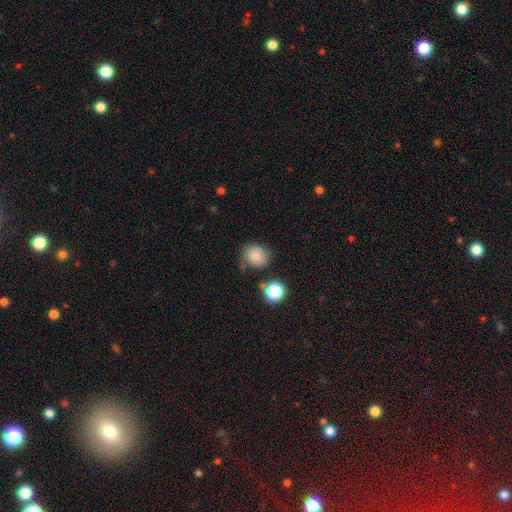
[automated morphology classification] Smooth or featured: smooth — 78% (star or artifact — 11%)
How rounded: round — 73% (in between — 26%)
Merging: none — 60% (minor disturbance — 25%)